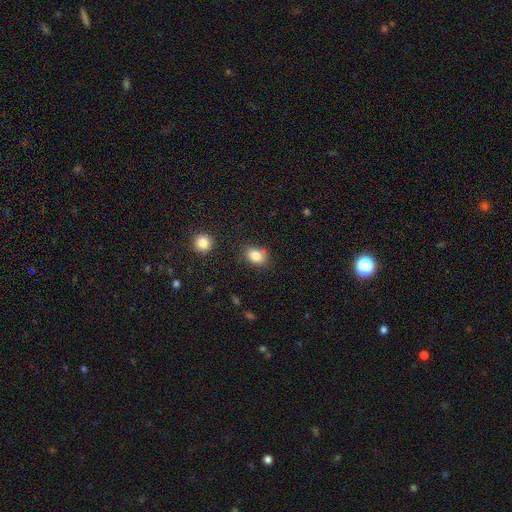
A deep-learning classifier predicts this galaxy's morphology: This is clearly a smooth galaxy (84%). How rounded: likely in between (63%). Merging: likely none (76%).